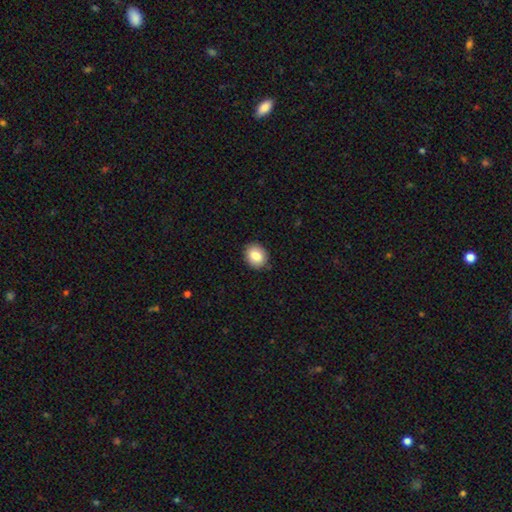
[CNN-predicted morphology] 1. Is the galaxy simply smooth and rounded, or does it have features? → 84% smooth, 8% star or artifact, 8% featured or disk.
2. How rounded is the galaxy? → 62% round, 37% in between, 1% cigar-shaped.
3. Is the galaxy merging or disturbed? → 89% none, 9% minor disturbance, 2% major disturbance, 1% merger.